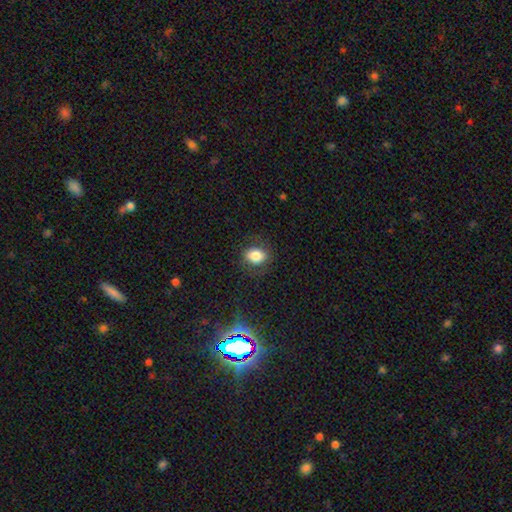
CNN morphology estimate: smooth_or_featured: smooth (p=0.79) [alt: featured or disk p=0.11]
how_rounded: in between (p=0.59) [alt: round p=0.40]
merging: none (p=0.78) [alt: minor disturbance p=0.15]